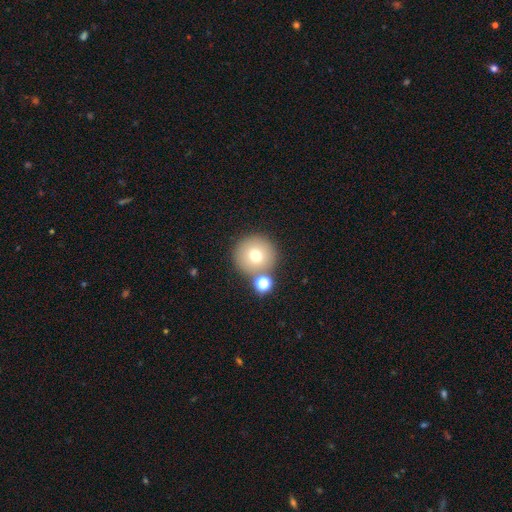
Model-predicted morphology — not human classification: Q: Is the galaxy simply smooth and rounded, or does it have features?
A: smooth — 72%.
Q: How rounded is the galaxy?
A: round — 95%.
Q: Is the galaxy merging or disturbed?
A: none — 78%.